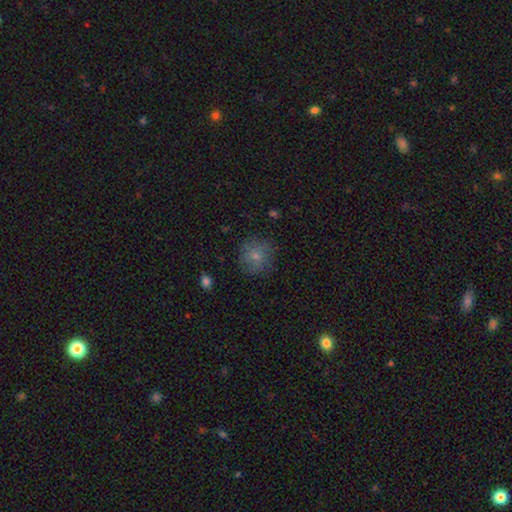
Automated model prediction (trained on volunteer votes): Smooth or featured? smooth (75%)
How rounded? round (85%)
Merging? none (77%)